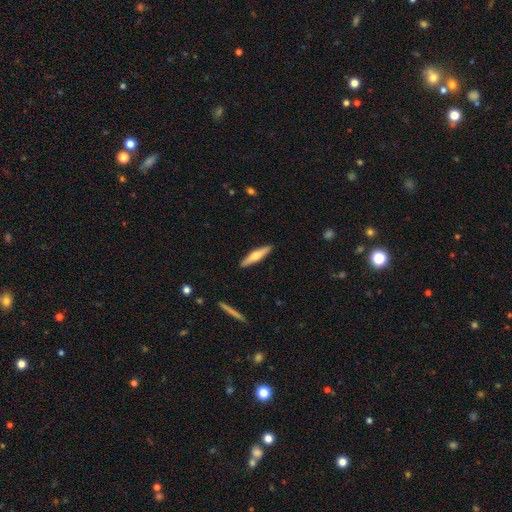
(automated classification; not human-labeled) Smooth or featured: smooth — 48% (featured or disk — 47%)
Merging: none — 91% (minor disturbance — 6%)